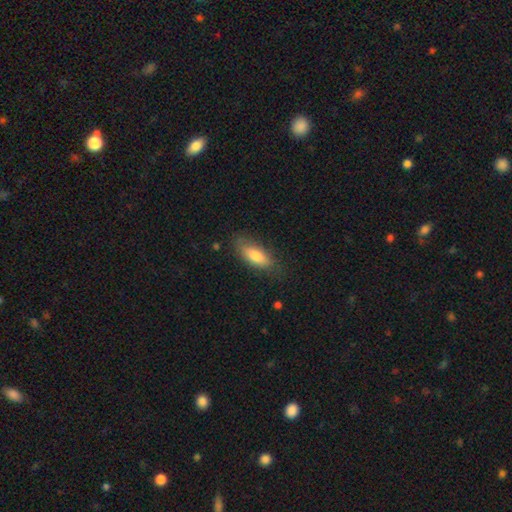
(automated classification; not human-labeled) Smooth or featured?
  - smooth: 78% *
  - featured or disk: 15%
  - star or artifact: 6%
How rounded?
  - in between: 74% *
  - cigar-shaped: 24%
  - round: 2%
Merging?
  - none: 75% *
  - minor disturbance: 19%
  - major disturbance: 5%
  - merger: 1%